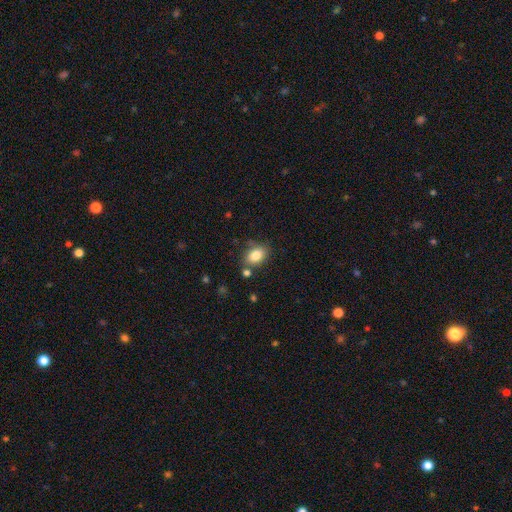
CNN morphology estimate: smooth_or_featured: smooth (p=0.83) [alt: star or artifact p=0.09]
how_rounded: in between (p=0.79) [alt: round p=0.20]
merging: none (p=0.74) [alt: minor disturbance p=0.14]